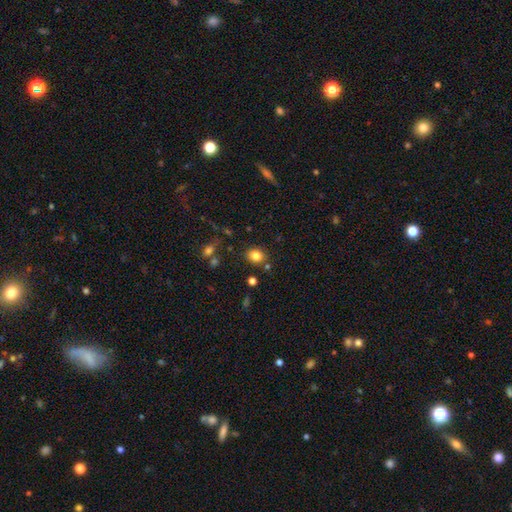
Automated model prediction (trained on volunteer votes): smooth_or_featured: smooth (p=0.81) [alt: star or artifact p=0.11]
how_rounded: round (p=0.57) [alt: in between p=0.43]
merging: none (p=0.82) [alt: minor disturbance p=0.10]